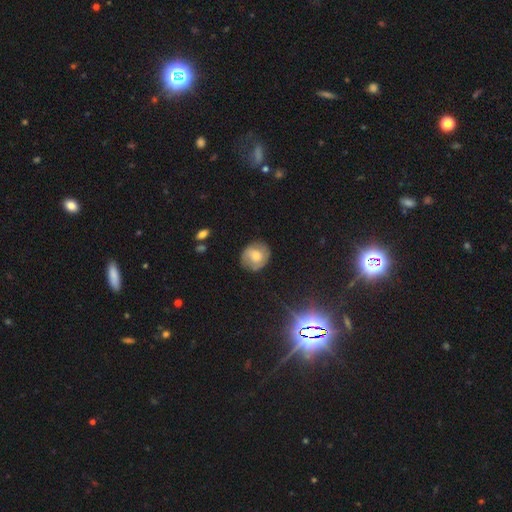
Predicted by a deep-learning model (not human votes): Smooth or featured?
  - smooth: 53% *
  - featured or disk: 38%
  - star or artifact: 9%
How rounded?
  - round: 76% *
  - in between: 23%
  - cigar-shaped: 1%
Merging?
  - none: 78% *
  - minor disturbance: 17%
  - major disturbance: 4%
  - merger: 1%